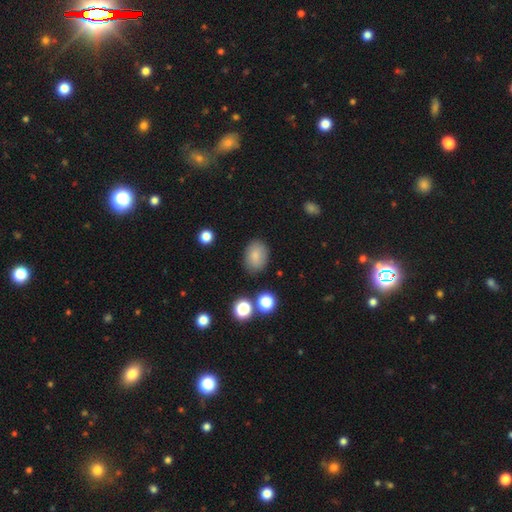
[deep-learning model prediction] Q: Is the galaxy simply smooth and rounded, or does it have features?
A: smooth — 82%.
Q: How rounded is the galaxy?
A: in between — 73%.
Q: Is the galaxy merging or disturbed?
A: none — 82%.